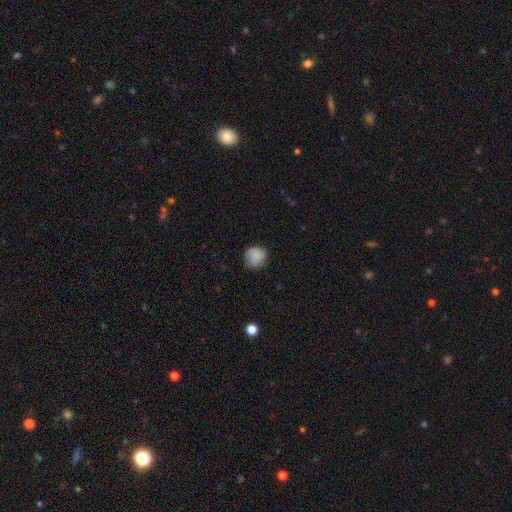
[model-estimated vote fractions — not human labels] This is likely a smooth galaxy (77%). How rounded: clearly round (87%). Merging: likely none (74%).